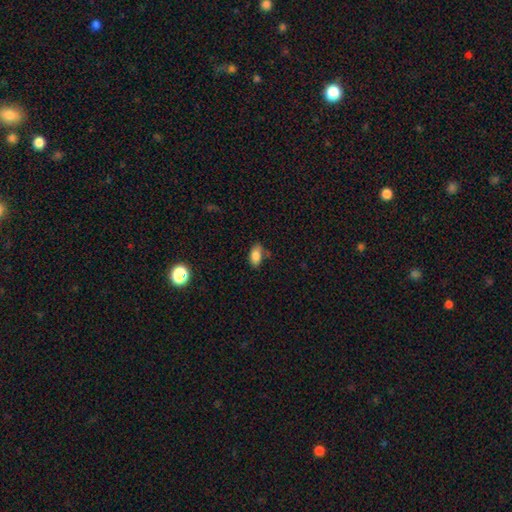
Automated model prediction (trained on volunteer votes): This appears to be a smooth galaxy with no disk features (84%) that is in between round and cigar-shaped (91%). Merging: none (68%).